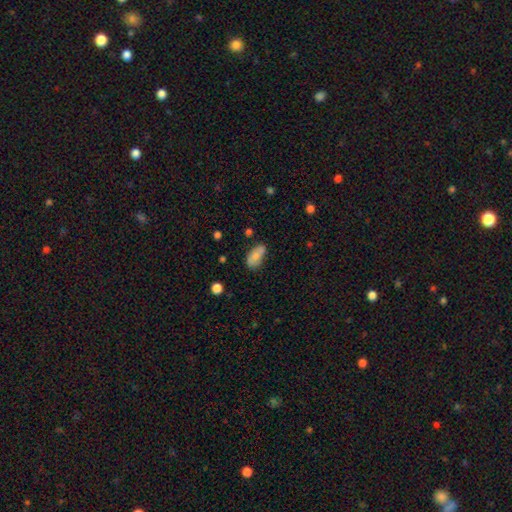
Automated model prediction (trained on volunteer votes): Smooth or featured?
  - smooth: 71% *
  - featured or disk: 21%
  - star or artifact: 8%
How rounded?
  - in between: 91% *
  - round: 5%
  - cigar-shaped: 4%
Merging?
  - none: 61% *
  - minor disturbance: 26%
  - merger: 7%
  - major disturbance: 7%